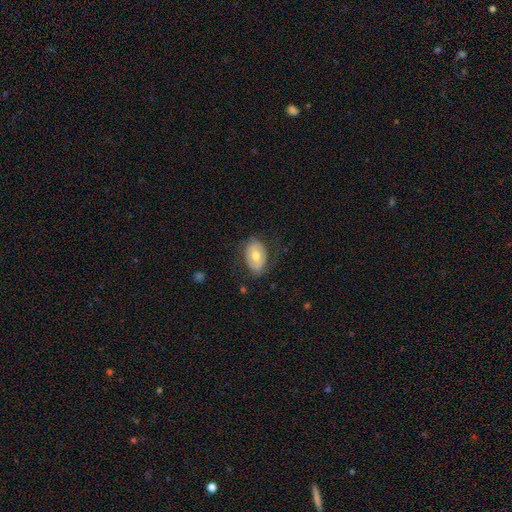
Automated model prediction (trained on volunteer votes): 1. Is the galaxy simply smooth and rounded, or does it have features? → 55% smooth, 38% featured or disk, 6% star or artifact.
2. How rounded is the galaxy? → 84% in between, 15% round, 1% cigar-shaped.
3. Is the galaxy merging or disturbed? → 70% none, 20% minor disturbance, 9% major disturbance, 1% merger.